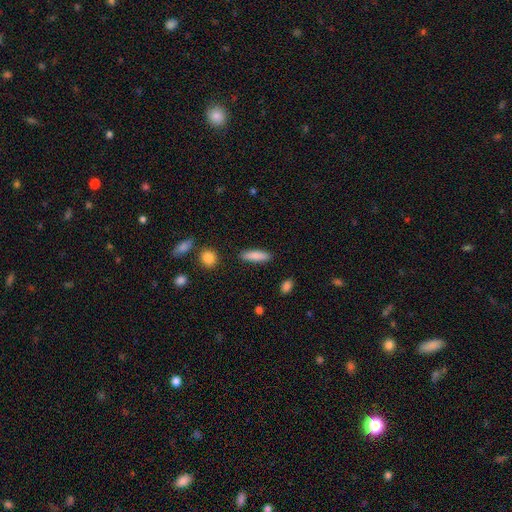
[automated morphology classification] The model was most divided on "how rounded": cigar-shaped: 63%, in between: 35%, round: 2%. More confident: merging — none (89%); smooth or featured — smooth (85%).